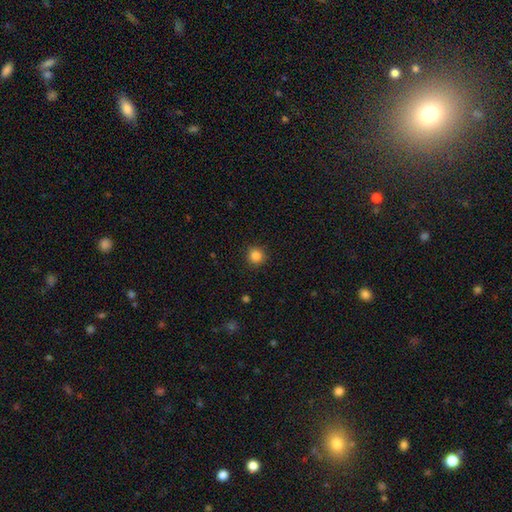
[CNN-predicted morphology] Smooth or featured: smooth — 85% (star or artifact — 11%)
How rounded: round — 93% (in between — 6%)
Merging: none — 91% (minor disturbance — 6%)